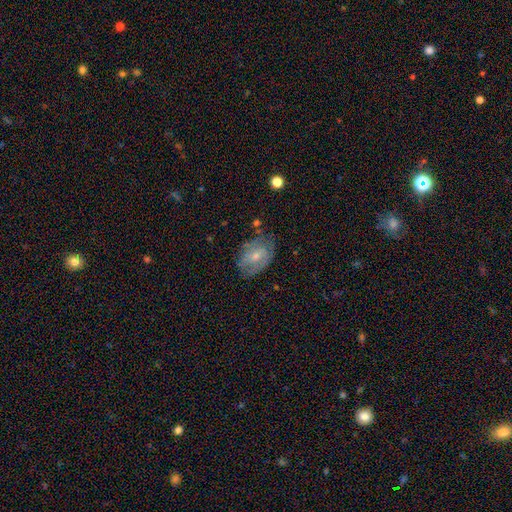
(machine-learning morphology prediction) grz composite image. It shows a featured or disk galaxy (48%). Merging: none (60%).